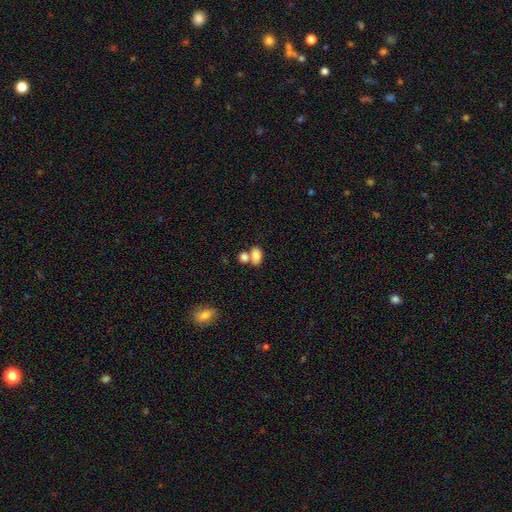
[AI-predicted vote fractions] A smooth galaxy with no disk features (82%) that is in between round and cigar-shaped (86%).

Vote fractions:
- Smooth or featured? smooth: 82% / featured or disk: 10% / star or artifact: 9%
- How rounded? in between: 86% / round: 12% / cigar-shaped: 2%
- Merging? merger: 47% / none: 39% / minor disturbance: 10% / major disturbance: 4%